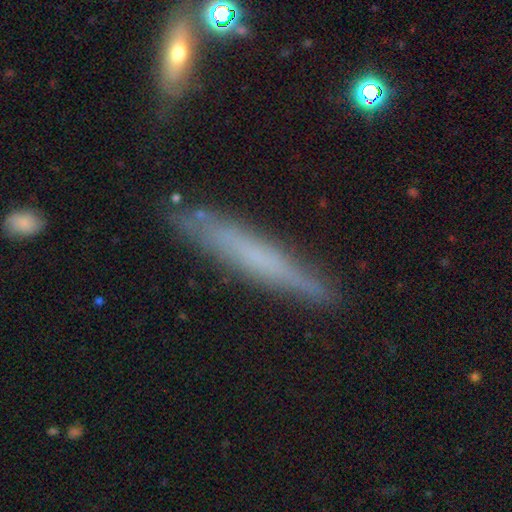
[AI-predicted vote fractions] Smooth or featured: smooth — 47% (featured or disk — 45%)
Merging: none — 80% (minor disturbance — 15%)